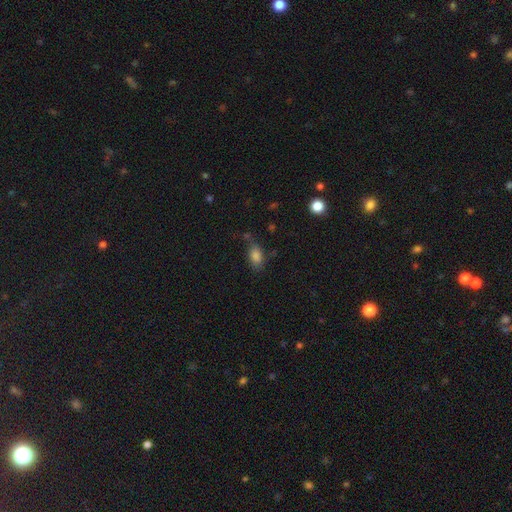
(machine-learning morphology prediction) Smooth or featured?
  - smooth: 83% *
  - star or artifact: 10%
  - featured or disk: 7%
How rounded?
  - in between: 88% *
  - round: 9%
  - cigar-shaped: 3%
Merging?
  - none: 62% *
  - minor disturbance: 23%
  - major disturbance: 8%
  - merger: 7%